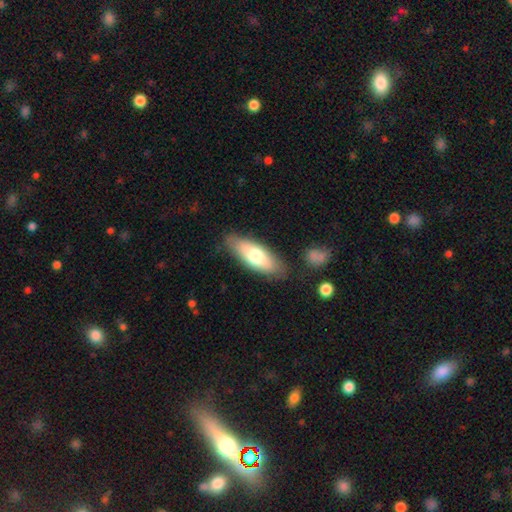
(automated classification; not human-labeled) A smooth galaxy with no disk features (68%) that is in between round and cigar-shaped (69%). Merging: none (82%).